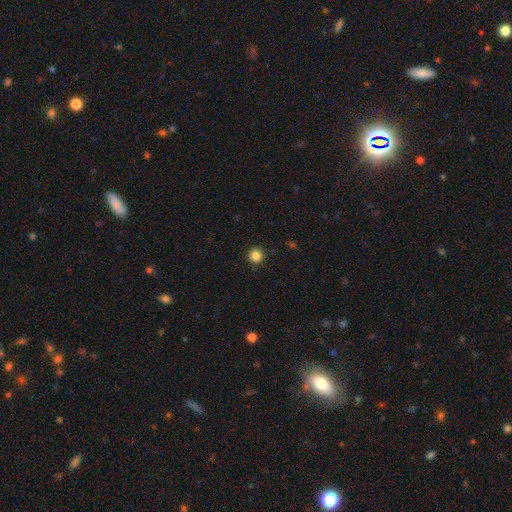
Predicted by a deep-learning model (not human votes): smooth 85%, star or artifact 11%, featured or disk 4%. Down the decision tree: how rounded — round (93%); merging — none (91%).